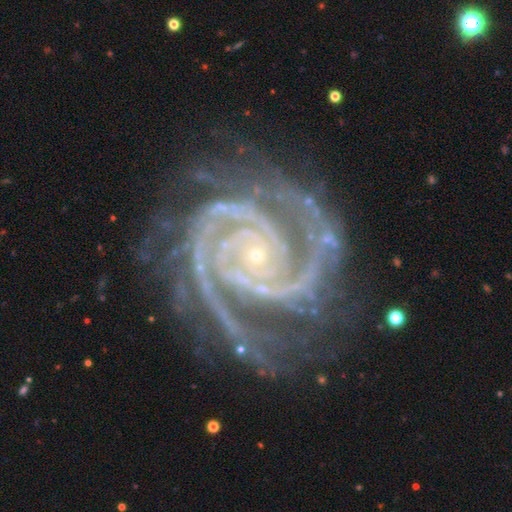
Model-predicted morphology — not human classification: Smooth or featured? featured or disk (93%)
Edge-on disk? no (98%)
Bar? no (72%)
Spiral arms? yes (99%)
Spiral winding? tight (77%)
Spiral arm count? 2 (57%)
Bulge size? small (88%)
Merging? none (72%)